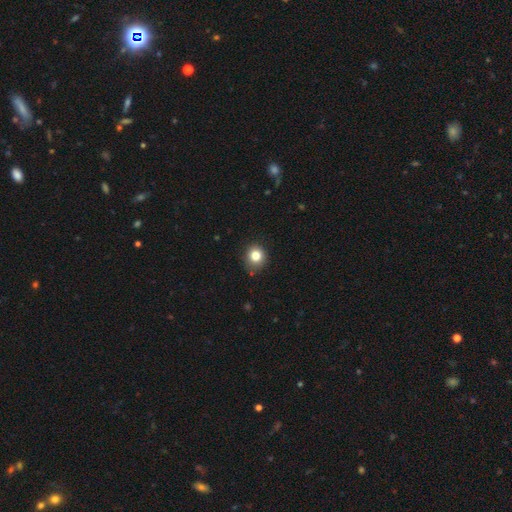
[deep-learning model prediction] A smooth galaxy with no disk features (82%) that is round (85%).

Vote fractions:
- Smooth or featured? smooth: 82% / star or artifact: 12% / featured or disk: 7%
- How rounded? round: 85% / in between: 14% / cigar-shaped: 1%
- Merging? none: 85% / minor disturbance: 11% / major disturbance: 2% / merger: 2%